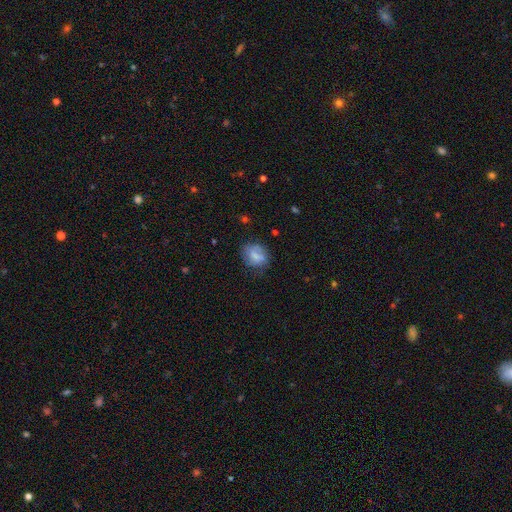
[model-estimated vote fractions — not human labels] smooth_or_featured: smooth (p=0.60) [alt: featured or disk p=0.30]
how_rounded: round (p=0.58) [alt: in between p=0.41]
merging: none (p=0.57) [alt: minor disturbance p=0.26]